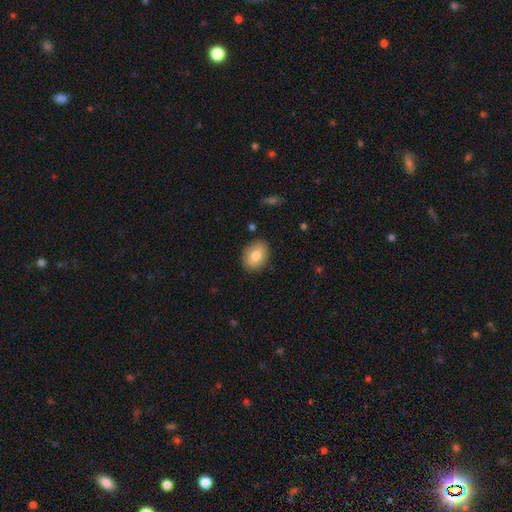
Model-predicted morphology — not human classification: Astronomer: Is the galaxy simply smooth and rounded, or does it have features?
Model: smooth — 76%.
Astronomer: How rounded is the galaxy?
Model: in between — 66%.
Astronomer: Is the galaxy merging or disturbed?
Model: none — 86%.